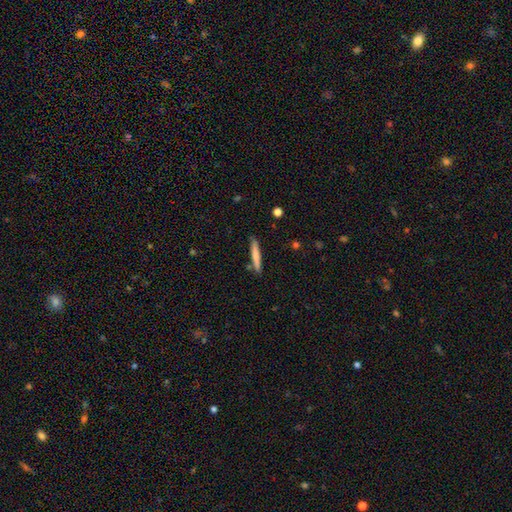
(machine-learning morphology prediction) A smooth galaxy with no disk features (72%) that is cigar-shaped (95%). Merging: none (86%).